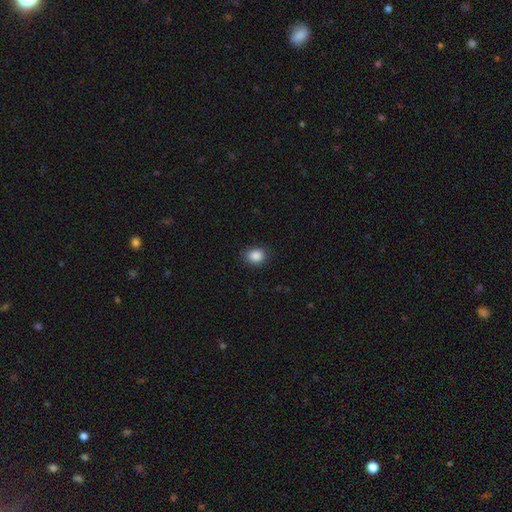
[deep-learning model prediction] This appears to be a smooth galaxy with no disk features (87%) that is round (57%). Merging: none (88%).